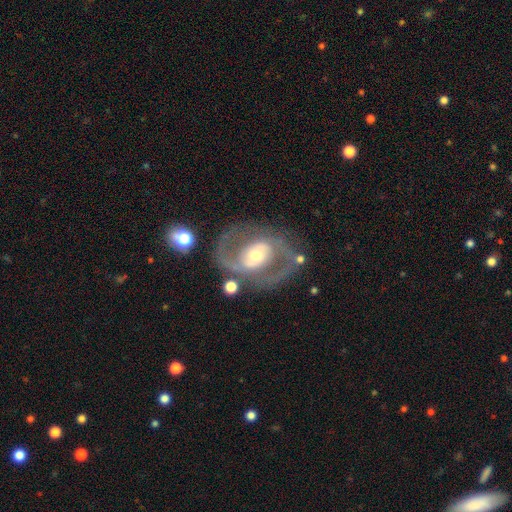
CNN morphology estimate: This is clearly a featured or disk galaxy (82%). It is clearly not viewed edge-on (96%). Bar: possibly no (48%). Spiral arm pattern: likely yes (78%). Spiral arm count: clearly 2 (84%). Spiral winding: possibly medium (53%). Central bulge: likely moderate (62%). Merging: likely none (69%).